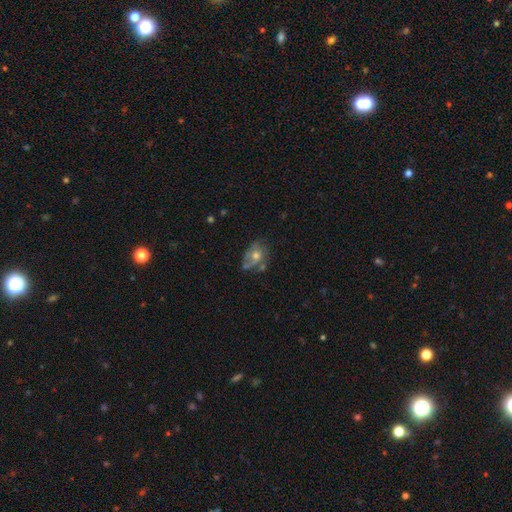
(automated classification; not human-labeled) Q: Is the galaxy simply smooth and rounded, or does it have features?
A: featured or disk — 54%.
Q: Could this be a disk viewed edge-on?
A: no — 95%.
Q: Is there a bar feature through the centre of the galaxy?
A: no — 81%.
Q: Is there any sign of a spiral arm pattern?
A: yes — 53%.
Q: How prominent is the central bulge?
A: moderate — 69%.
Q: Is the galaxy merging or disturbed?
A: none — 45%.